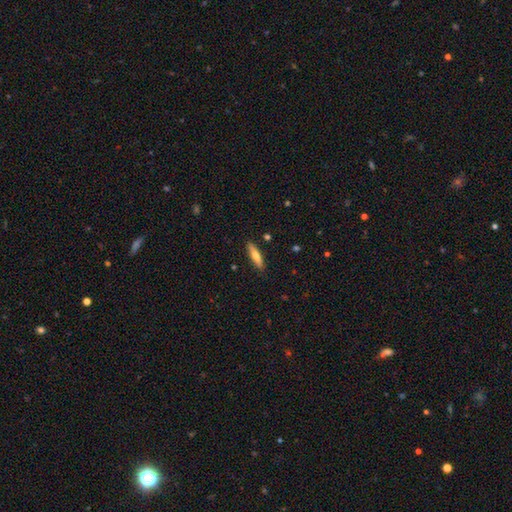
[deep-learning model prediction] Smooth or featured: smooth — 62% (featured or disk — 31%)
How rounded: cigar-shaped — 77% (in between — 22%)
Merging: none — 88% (minor disturbance — 9%)